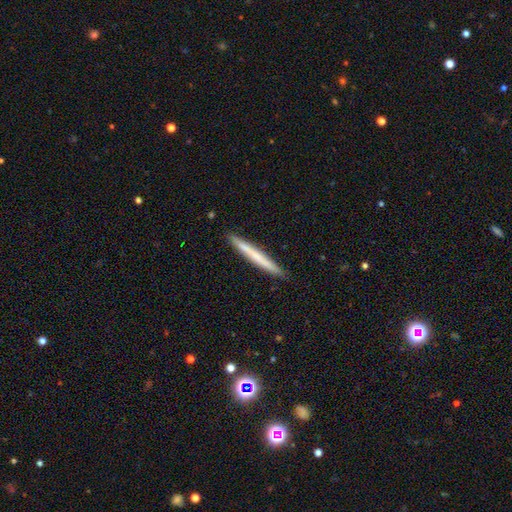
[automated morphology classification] Q: Smooth or featured?
A: smooth (58%); runner-up: featured or disk (36%)
Q: How rounded?
A: cigar-shaped (97%); runner-up: in between (2%)
Q: Merging?
A: none (92%); runner-up: minor disturbance (5%)